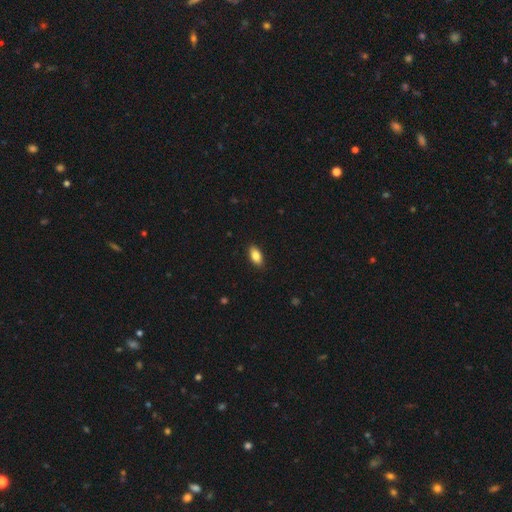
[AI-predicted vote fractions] Morphology: type=smooth (86%); roundness=in between (91%); merging=none (89%).